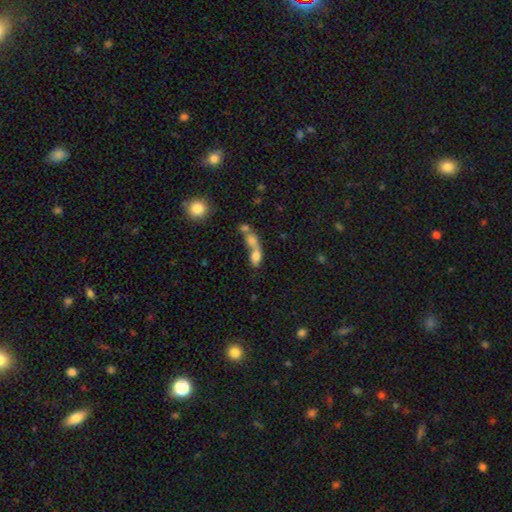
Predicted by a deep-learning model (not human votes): Q: Smooth or featured?
A: smooth (70%); runner-up: featured or disk (19%)
Q: How rounded?
A: in between (69%); runner-up: round (18%)
Q: Merging?
A: merger (73%); runner-up: none (14%)